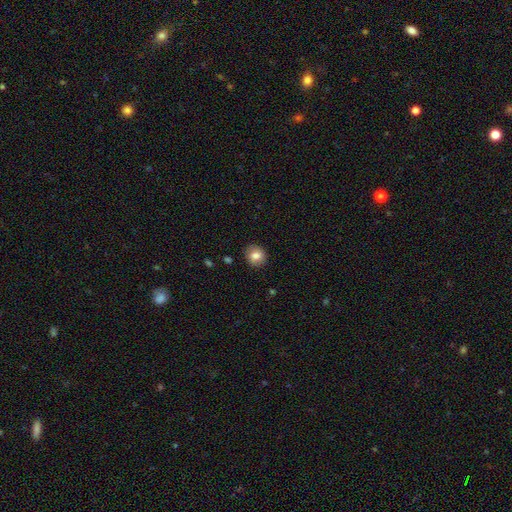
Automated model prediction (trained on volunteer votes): Smooth or featured: smooth — 82% (featured or disk — 9%)
How rounded: round — 81% (in between — 18%)
Merging: none — 89% (minor disturbance — 8%)